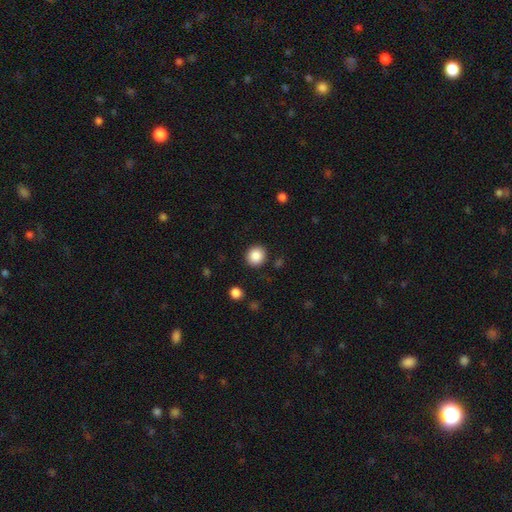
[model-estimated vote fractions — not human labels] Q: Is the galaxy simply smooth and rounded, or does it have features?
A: smooth — 88%.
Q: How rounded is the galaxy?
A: round — 90%.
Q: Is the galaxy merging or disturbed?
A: none — 90%.